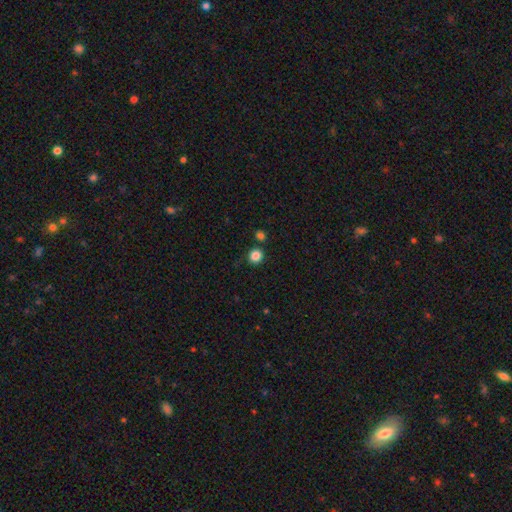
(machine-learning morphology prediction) The model was most divided on "smooth or featured": smooth: 85%, star or artifact: 11%, featured or disk: 4%. More confident: how rounded — round (90%); merging — none (82%).